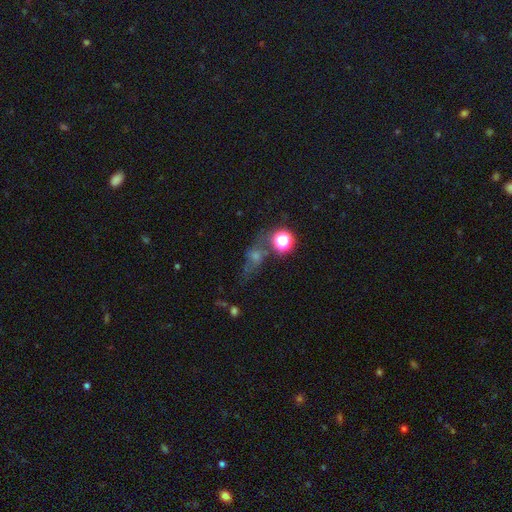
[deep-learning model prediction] Smooth or featured?
  - star or artifact: 44% *
  - smooth: 36%
  - featured or disk: 21%